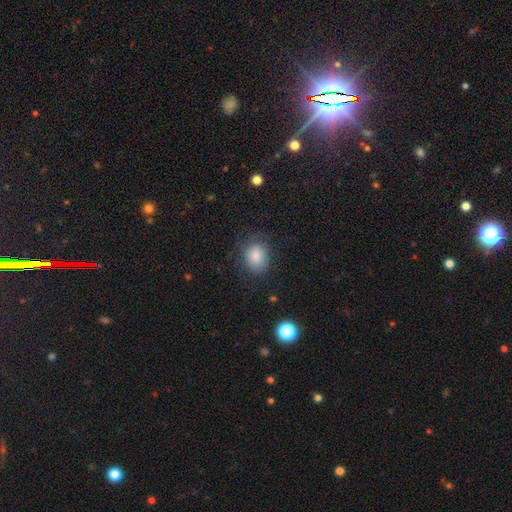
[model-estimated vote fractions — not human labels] Smooth or featured? Predicted: smooth (p=0.81). How rounded? Predicted: in between (p=0.52). Merging? Predicted: none (p=0.74).